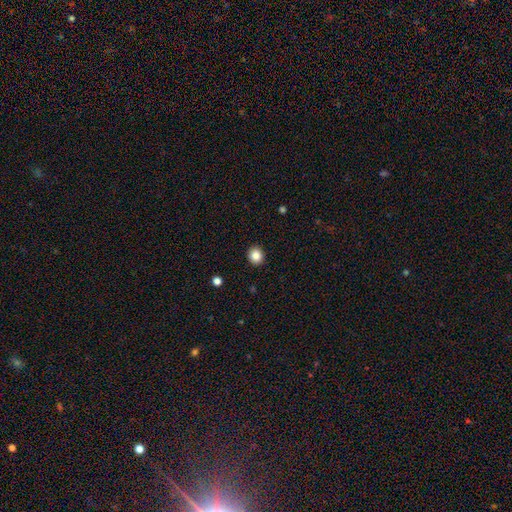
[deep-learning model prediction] Q: Smooth or featured?
A: smooth (85%); runner-up: star or artifact (10%)
Q: How rounded?
A: round (79%); runner-up: in between (20%)
Q: Merging?
A: none (92%); runner-up: minor disturbance (5%)